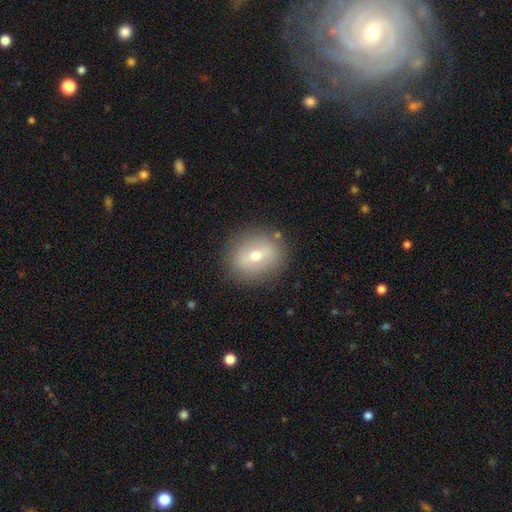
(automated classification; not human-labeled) smooth-or-featured: smooth: 54% | featured or disk: 36% | star or artifact: 10%
  how-rounded: round: 72% | in between: 27% | cigar-shaped: 2%
  merging: none: 86% | minor disturbance: 9% | major disturbance: 3% | merger: 2%